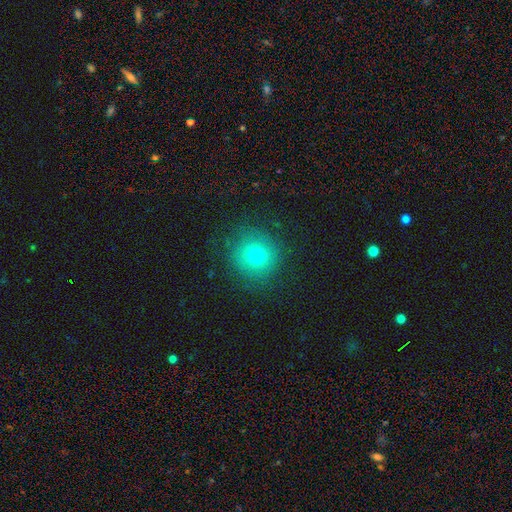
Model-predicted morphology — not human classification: A smooth galaxy with no disk features (71%) that is round (91%).

Vote fractions:
- Smooth or featured? smooth: 71% / star or artifact: 16% / featured or disk: 13%
- How rounded? round: 91% / in between: 8% / cigar-shaped: 1%
- Merging? none: 83% / minor disturbance: 11% / major disturbance: 5% / merger: 1%